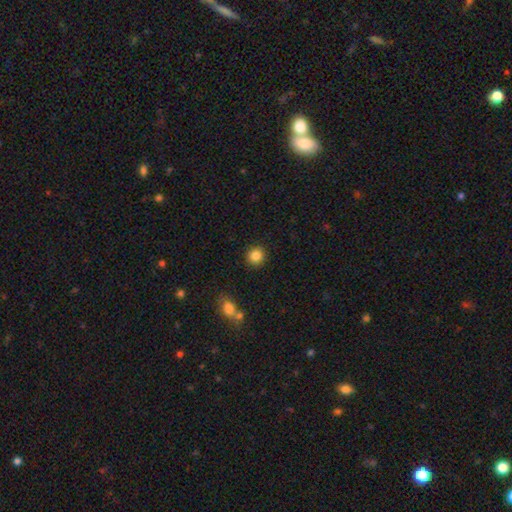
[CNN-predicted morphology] This appears to be a smooth galaxy with no disk features (85%) that is round (90%). Merging: none (90%).